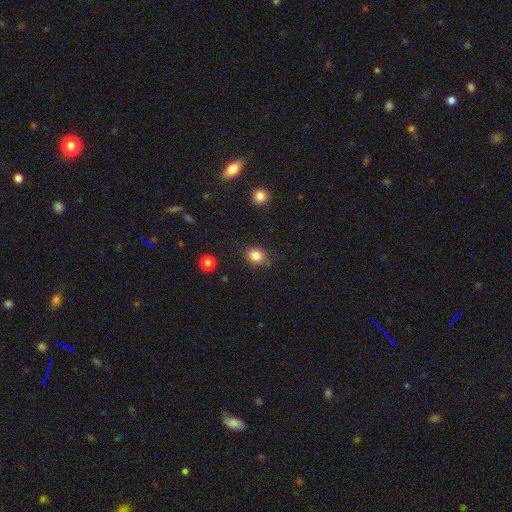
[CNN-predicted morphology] A smooth galaxy with no disk features (85%) that is round (75%). Merging: none (83%).